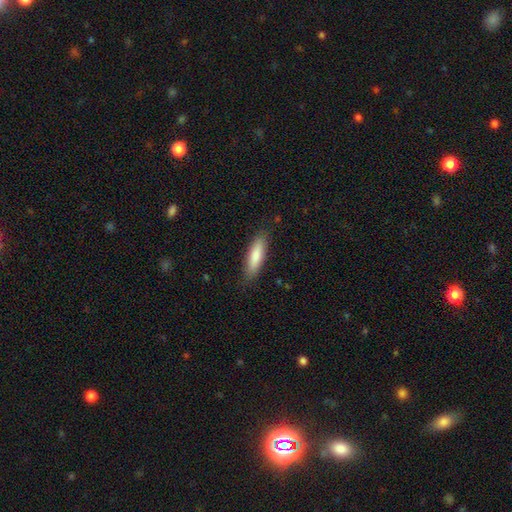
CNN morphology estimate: This appears to be a smooth galaxy with no disk features (83%) that is cigar-shaped (62%). Merging: none (84%).